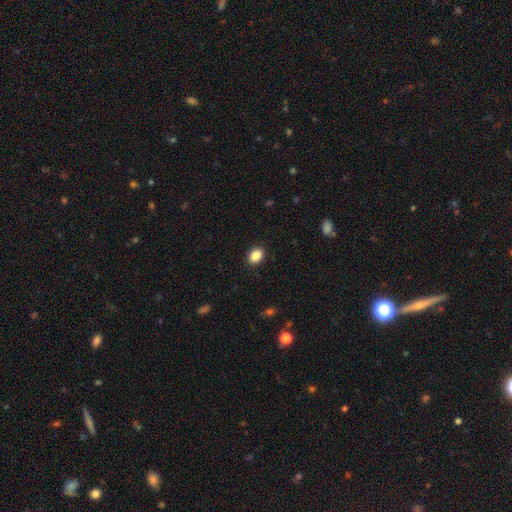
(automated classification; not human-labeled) A smooth galaxy with no disk features (87%) that is in between round and cigar-shaped (68%). Merging: none (89%).